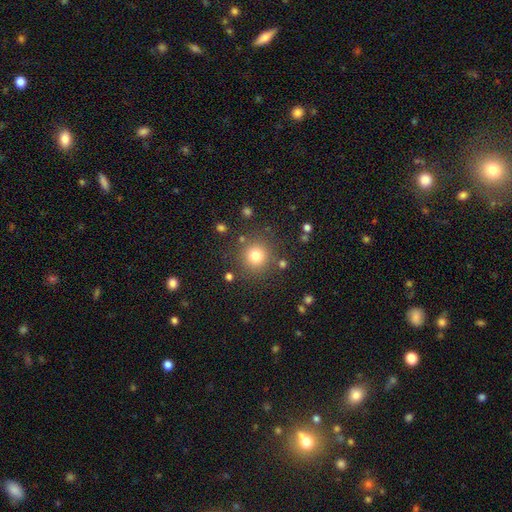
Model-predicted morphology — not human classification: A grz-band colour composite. It shows a smooth galaxy with no disk features (78%) that is round (94%). Merging: none (85%).